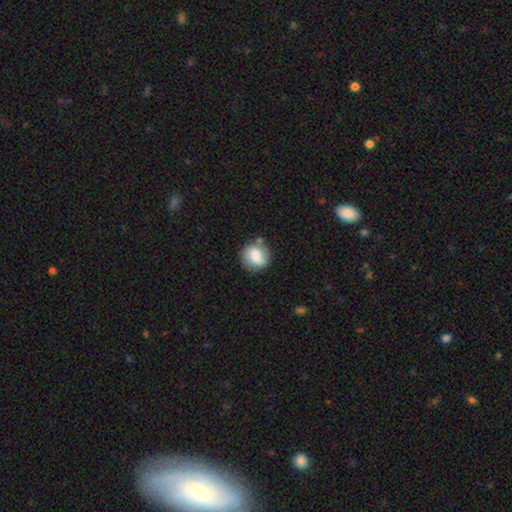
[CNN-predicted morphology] smooth_or_featured: smooth (p=0.66) [alt: featured or disk p=0.26]
how_rounded: round (p=0.89) [alt: in between p=0.10]
merging: none (p=0.75) [alt: minor disturbance p=0.16]